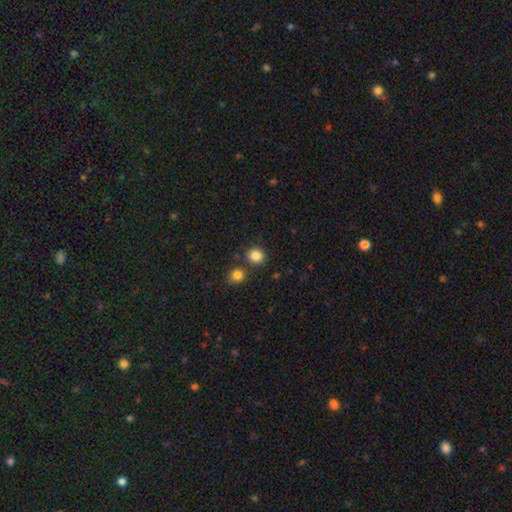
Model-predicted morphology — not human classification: A smooth galaxy with no disk features (84%) that is round (79%).

Vote fractions:
- Smooth or featured? smooth: 84% / star or artifact: 11% / featured or disk: 5%
- How rounded? round: 79% / in between: 20% / cigar-shaped: 1%
- Merging? none: 78% / merger: 10% / minor disturbance: 9% / major disturbance: 3%